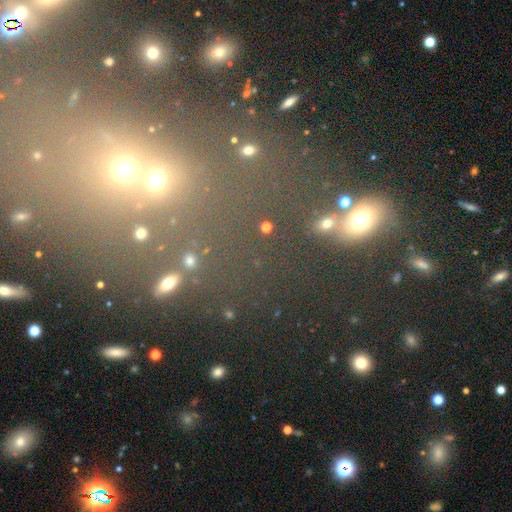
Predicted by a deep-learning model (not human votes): This appears to be a star or artifact, not a galaxy (49%).